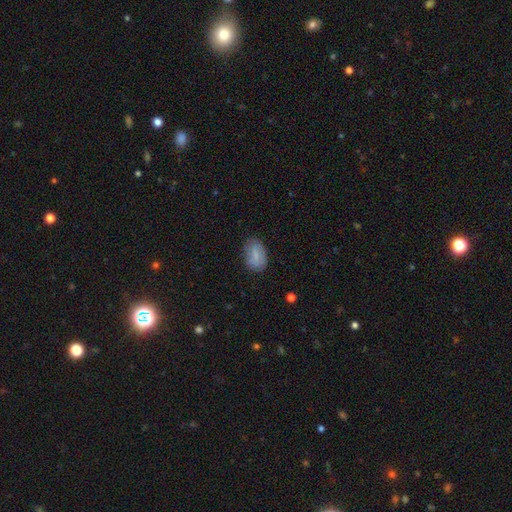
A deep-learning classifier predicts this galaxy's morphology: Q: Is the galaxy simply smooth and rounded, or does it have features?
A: smooth — 76%.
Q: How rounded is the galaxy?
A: in between — 91%.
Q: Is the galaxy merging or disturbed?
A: none — 75%.